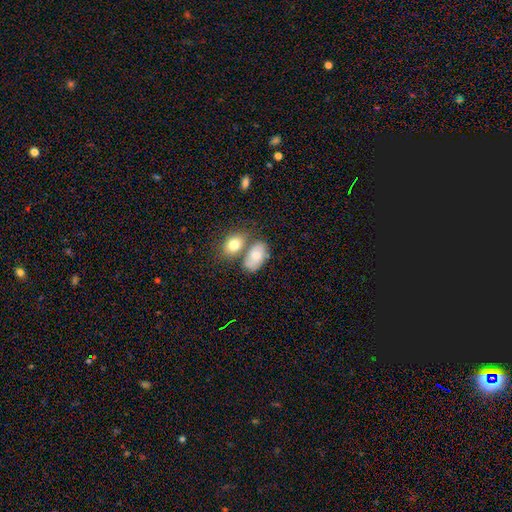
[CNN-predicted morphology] A smooth galaxy with no disk features (72%) that is in between round and cigar-shaped (89%).

Vote fractions:
- Smooth or featured? smooth: 72% / featured or disk: 21% / star or artifact: 7%
- How rounded? in between: 89% / round: 9% / cigar-shaped: 2%
- Merging? none: 40% / merger: 38% / minor disturbance: 15% / major disturbance: 6%